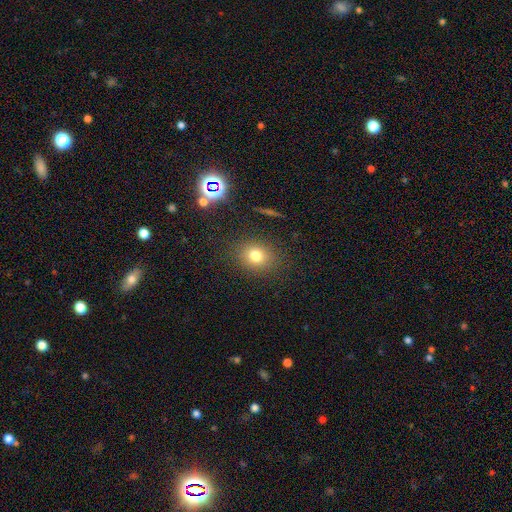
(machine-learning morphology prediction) Smooth or featured? smooth (75%)
How rounded? round (66%)
Merging? none (85%)